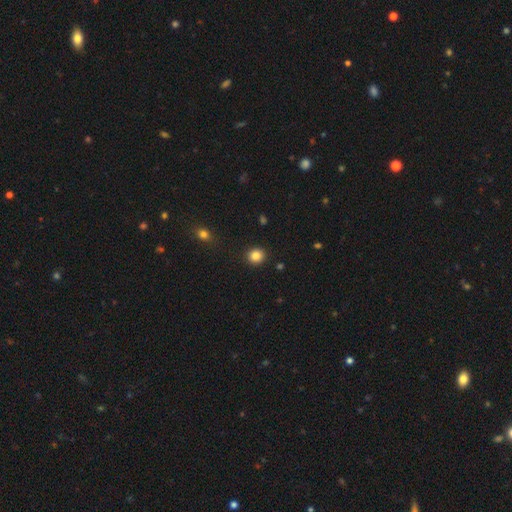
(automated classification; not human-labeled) Q: Smooth or featured?
A: smooth (85%); runner-up: star or artifact (10%)
Q: How rounded?
A: round (86%); runner-up: in between (13%)
Q: Merging?
A: none (91%); runner-up: minor disturbance (6%)